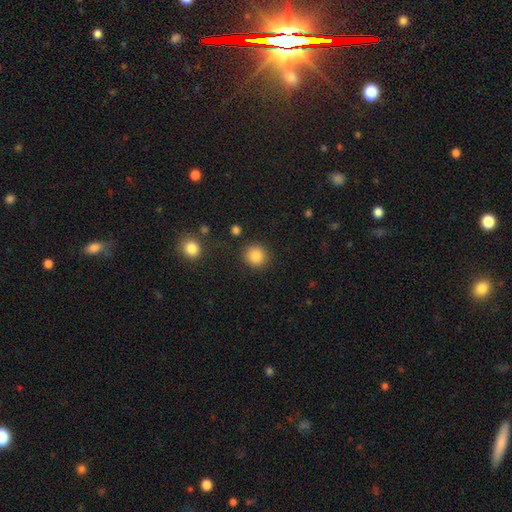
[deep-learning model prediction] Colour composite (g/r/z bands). It shows a smooth galaxy with no disk features (86%) that is round (91%). Merging: none (88%).